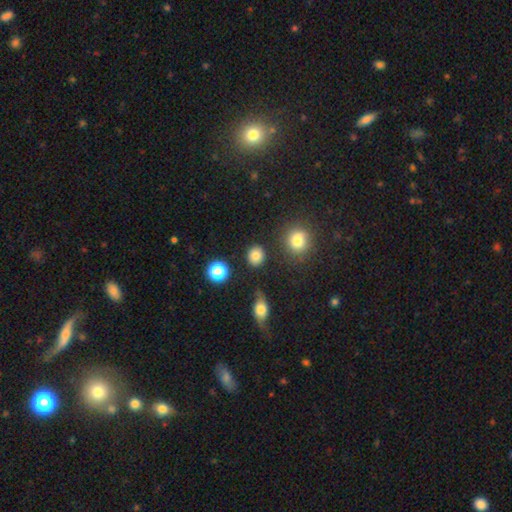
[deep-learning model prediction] This appears to be a smooth galaxy with no disk features (82%) that is round (78%). Merging: none (87%).